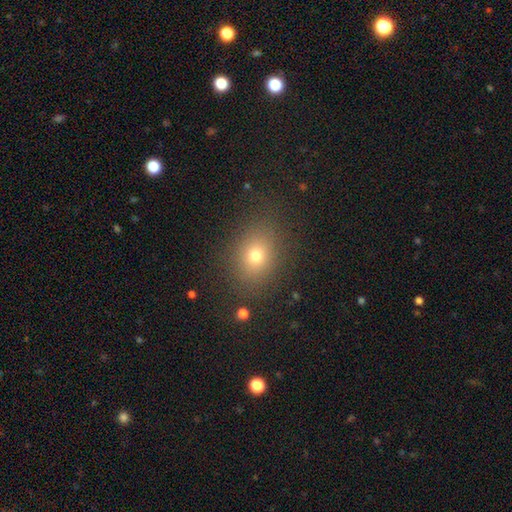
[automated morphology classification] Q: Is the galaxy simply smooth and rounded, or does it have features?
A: smooth — 72%.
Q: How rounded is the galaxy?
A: in between — 49%, tied with round.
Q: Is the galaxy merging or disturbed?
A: none — 84%.